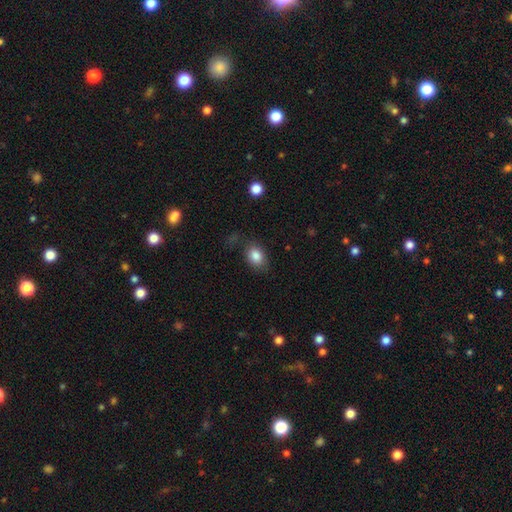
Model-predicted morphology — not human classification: A smooth galaxy with no disk features (84%) that is in between round and cigar-shaped (68%).

Vote fractions:
- Smooth or featured? smooth: 84% / star or artifact: 9% / featured or disk: 7%
- How rounded? in between: 68% / round: 30% / cigar-shaped: 1%
- Merging? none: 72% / minor disturbance: 18% / major disturbance: 8% / merger: 3%